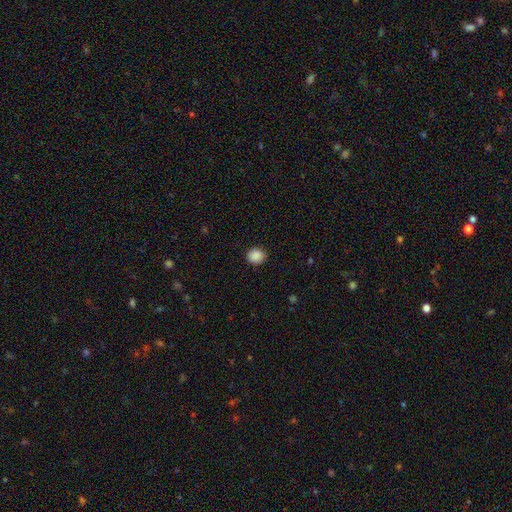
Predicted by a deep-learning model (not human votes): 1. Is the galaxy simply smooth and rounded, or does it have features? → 89% smooth, 9% star or artifact, 2% featured or disk.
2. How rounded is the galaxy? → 75% round, 24% in between, 1% cigar-shaped.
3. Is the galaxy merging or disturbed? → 89% none, 8% minor disturbance, 2% major disturbance, 1% merger.